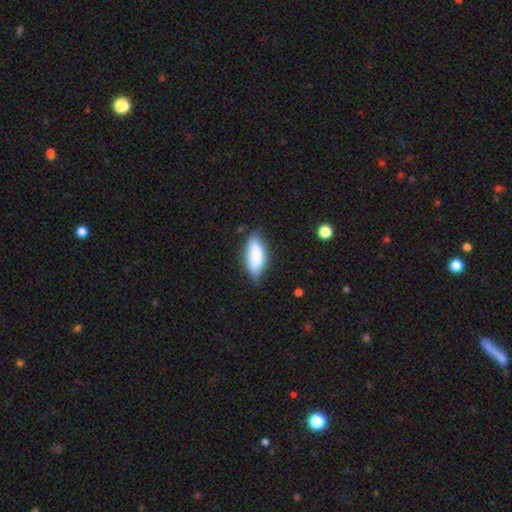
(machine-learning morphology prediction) Q: Smooth or featured?
A: smooth (77%); runner-up: featured or disk (17%)
Q: How rounded?
A: in between (80%); runner-up: cigar-shaped (18%)
Q: Merging?
A: none (63%); runner-up: minor disturbance (29%)